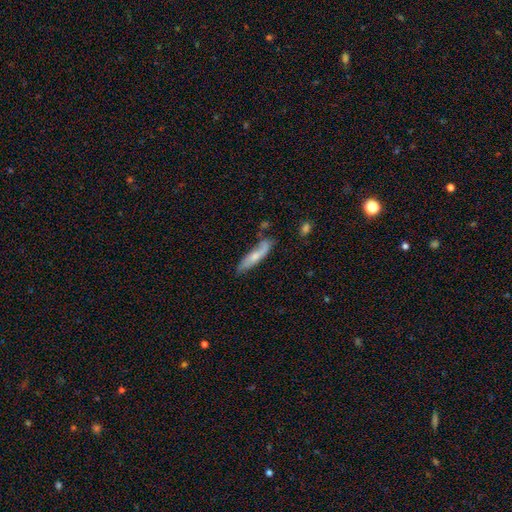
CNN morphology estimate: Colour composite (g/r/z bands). It shows a smooth galaxy with no disk features (53%) that is cigar-shaped (75%). Merging: none (63%).